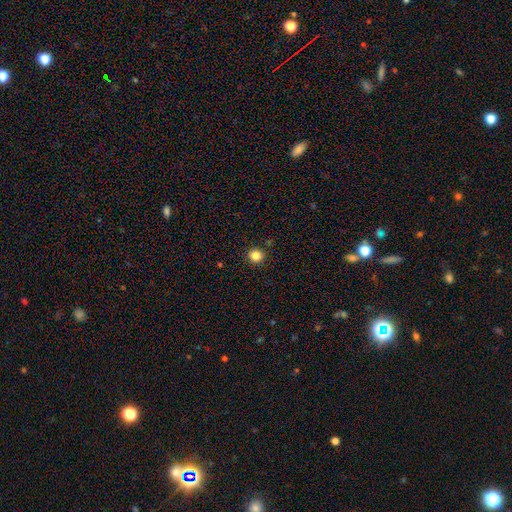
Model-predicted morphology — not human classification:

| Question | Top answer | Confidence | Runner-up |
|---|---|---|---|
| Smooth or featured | smooth | 84% | star or artifact (12%) |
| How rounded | round | 91% | in between (8%) |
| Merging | none | 91% | minor disturbance (5%) |